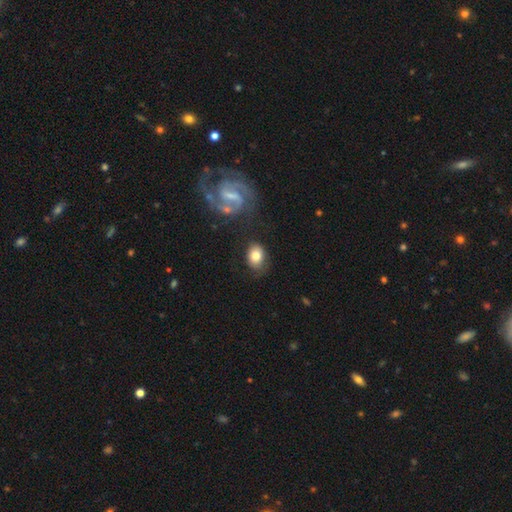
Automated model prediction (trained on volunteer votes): The model was most divided on "how rounded": in between: 65%, round: 34%, cigar-shaped: 1%. More confident: smooth or featured — smooth (75%); merging — none (68%).